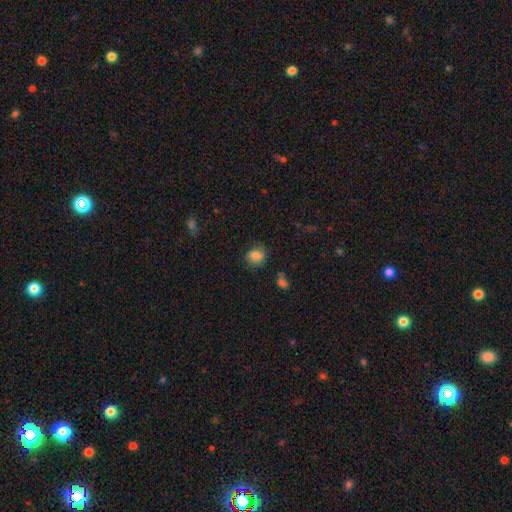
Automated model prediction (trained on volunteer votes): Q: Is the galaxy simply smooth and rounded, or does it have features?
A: smooth — 81%.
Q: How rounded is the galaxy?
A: round — 64%.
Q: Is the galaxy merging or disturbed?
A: none — 69%.